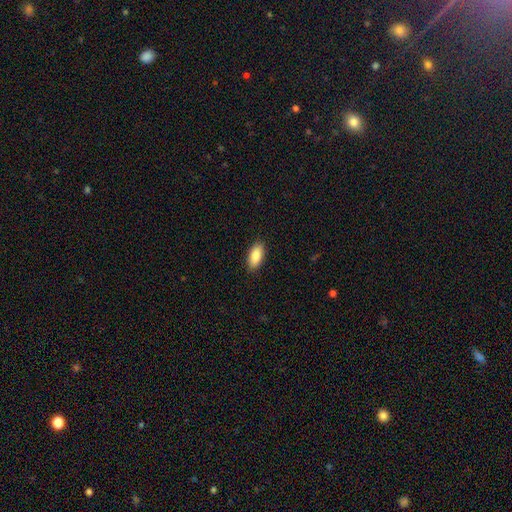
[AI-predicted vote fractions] A smooth galaxy with no disk features (88%) that is in between round and cigar-shaped (89%).

Vote fractions:
- Smooth or featured? smooth: 88% / star or artifact: 6% / featured or disk: 6%
- How rounded? in between: 89% / cigar-shaped: 8% / round: 2%
- Merging? none: 89% / minor disturbance: 8% / major disturbance: 2% / merger: 1%